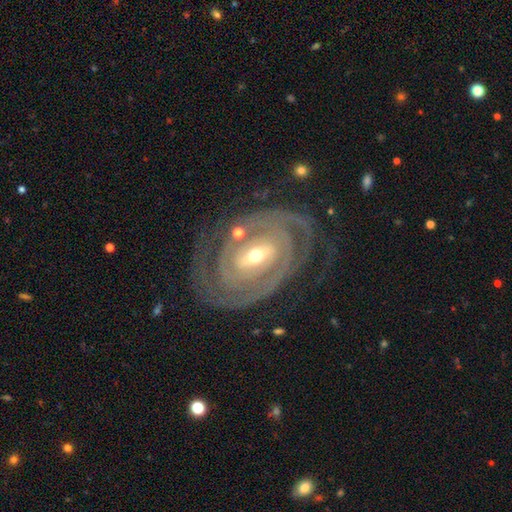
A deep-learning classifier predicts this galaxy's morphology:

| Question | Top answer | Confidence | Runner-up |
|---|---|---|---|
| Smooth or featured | featured or disk | 90% | smooth (6%) |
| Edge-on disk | no | 96% | yes (4%) |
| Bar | weak | 38% | strong (34%) |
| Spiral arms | yes | 95% | no (5%) |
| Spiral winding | tight | 75% | medium (20%) |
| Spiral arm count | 2 | 52% | can't tell (19%) |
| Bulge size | moderate | 48% | small (47%) |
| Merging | none | 72% | minor disturbance (15%) |